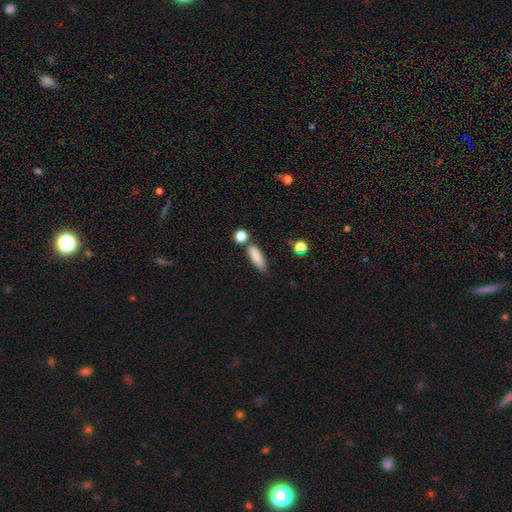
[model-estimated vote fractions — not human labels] The model was most divided on "how rounded": in between: 52%, cigar-shaped: 45%, round: 3%. More confident: smooth or featured — smooth (83%); merging — none (63%).